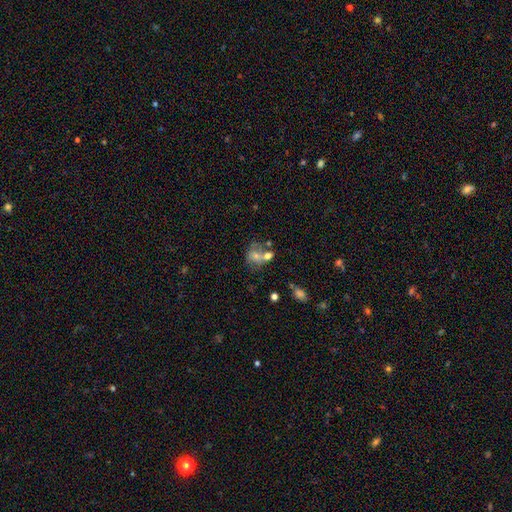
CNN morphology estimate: Smooth or featured?
  - smooth: 49% *
  - featured or disk: 35%
  - star or artifact: 17%
Merging?
  - merger: 36% *
  - none: 35%
  - minor disturbance: 16%
  - major disturbance: 13%